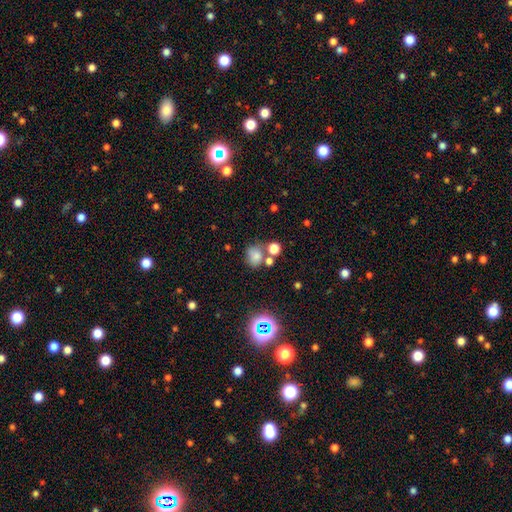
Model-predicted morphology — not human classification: The model was most divided on "merging": none: 52%, merger: 27%, minor disturbance: 14%, major disturbance: 7%. More confident: smooth or featured — smooth (72%); how rounded — round (70%).